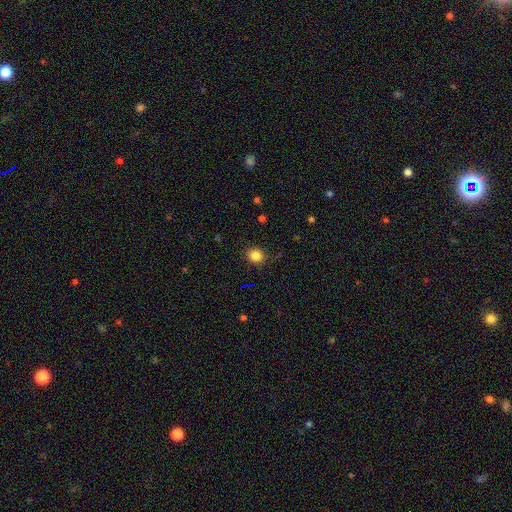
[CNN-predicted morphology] A smooth galaxy with no disk features (84%) that is round (79%). Merging: none (87%).